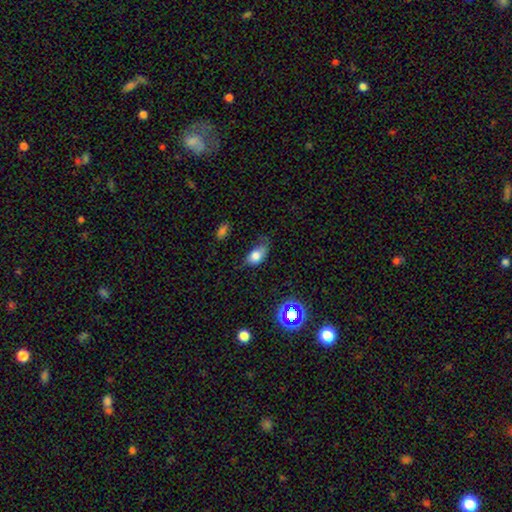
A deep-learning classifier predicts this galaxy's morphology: The model was most divided on "merging": minor disturbance: 38%, none: 34%, major disturbance: 25%, merger: 3%. More confident: how rounded — in between (84%); smooth or featured — smooth (73%).